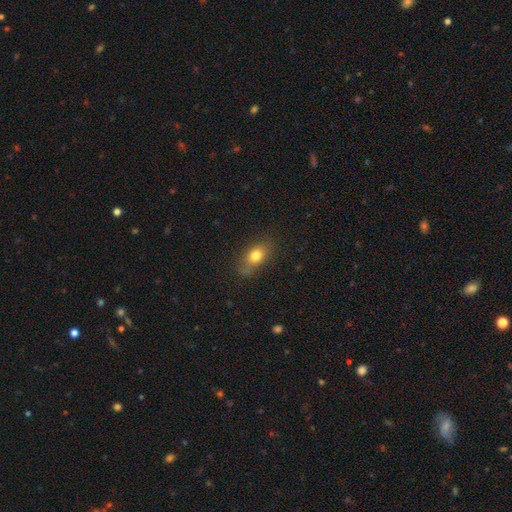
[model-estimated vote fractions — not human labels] Smooth or featured?
  - smooth: 76% *
  - featured or disk: 14%
  - star or artifact: 10%
How rounded?
  - in between: 78% *
  - round: 17%
  - cigar-shaped: 6%
Merging?
  - none: 70% *
  - minor disturbance: 21%
  - major disturbance: 6%
  - merger: 4%